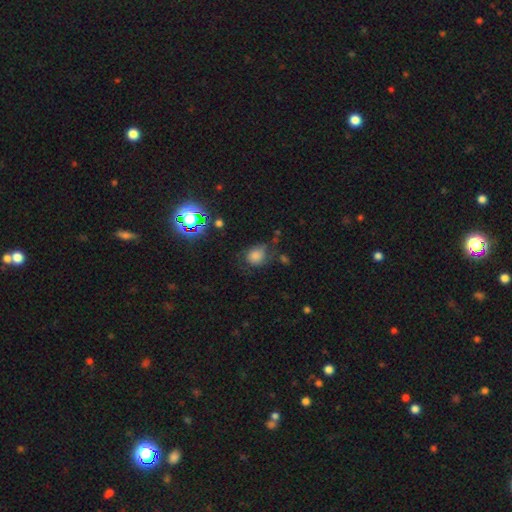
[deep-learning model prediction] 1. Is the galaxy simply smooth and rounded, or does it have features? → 68% smooth, 16% star or artifact, 15% featured or disk.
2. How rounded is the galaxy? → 68% round, 31% in between, 1% cigar-shaped.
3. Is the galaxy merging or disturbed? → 47% none, 29% minor disturbance, 20% major disturbance, 4% merger.